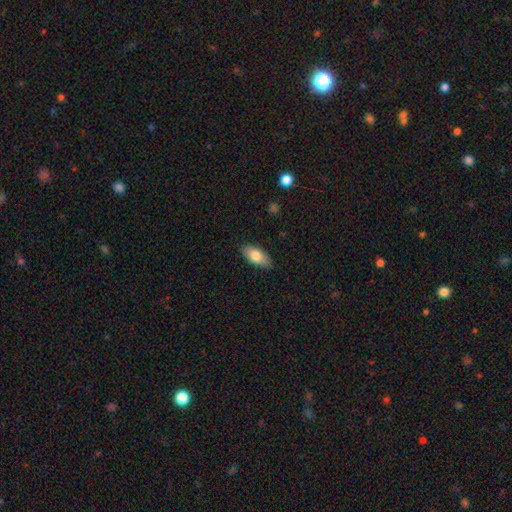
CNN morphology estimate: smooth-or-featured: smooth: 79% | featured or disk: 15% | star or artifact: 6%
  how-rounded: in between: 88% | cigar-shaped: 9% | round: 2%
  merging: none: 85% | minor disturbance: 11% | major disturbance: 2% | merger: 1%